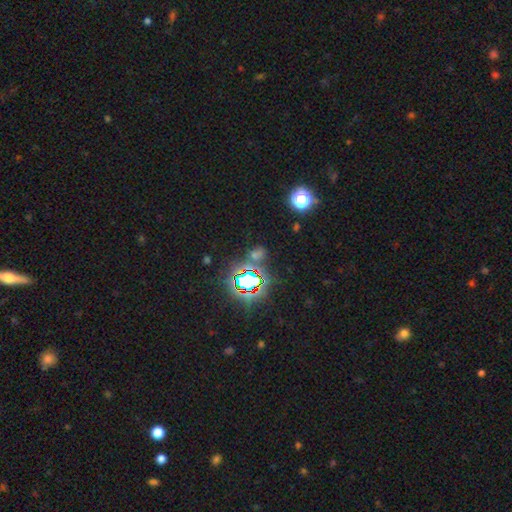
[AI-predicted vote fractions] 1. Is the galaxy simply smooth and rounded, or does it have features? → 69% star or artifact, 23% smooth, 8% featured or disk.